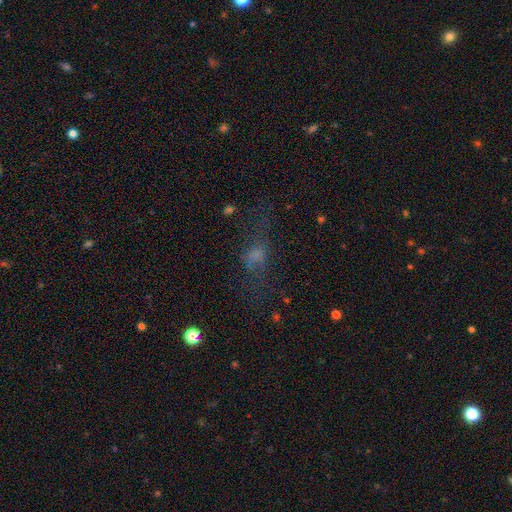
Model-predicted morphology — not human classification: Smooth or featured? Predicted: smooth (p=0.51). How rounded? Predicted: in between (p=0.64). Merging? Predicted: none (p=0.43).